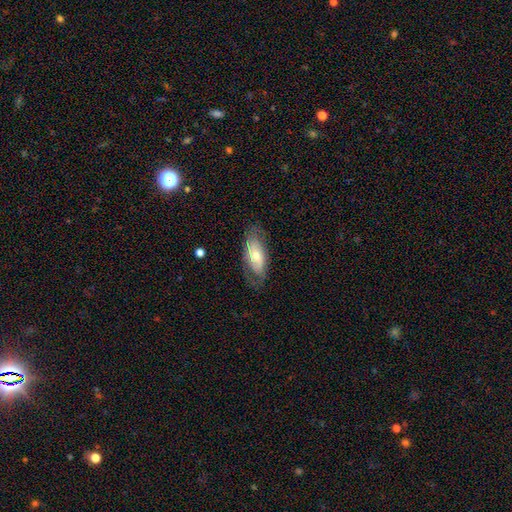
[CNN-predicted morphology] Smooth or featured? smooth (47%)
Merging? none (68%)